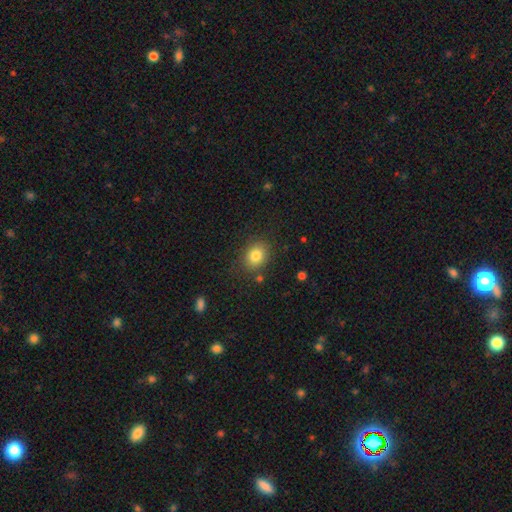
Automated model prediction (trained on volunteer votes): The model was most divided on "how rounded": round: 52%, in between: 47%, cigar-shaped: 1%. More confident: smooth or featured — smooth (82%); merging — none (82%).